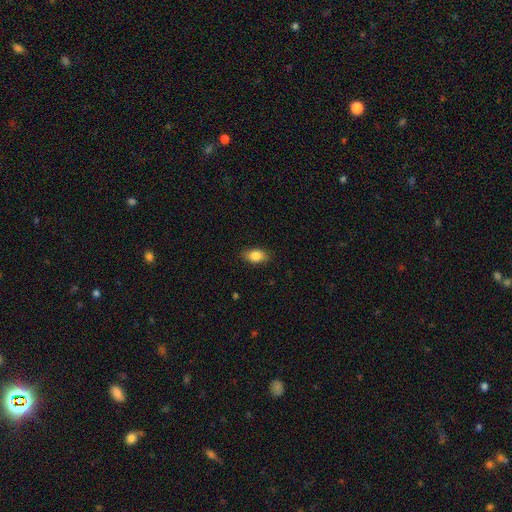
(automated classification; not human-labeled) A smooth galaxy with no disk features (85%) that is in between round and cigar-shaped (88%). Merging: none (86%).